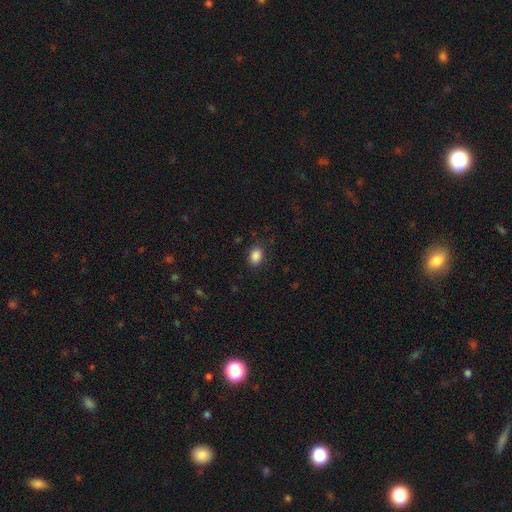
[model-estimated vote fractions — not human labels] smooth 87%, star or artifact 9%, featured or disk 3%. Down the decision tree: how rounded — in between (72%); merging — none (85%).